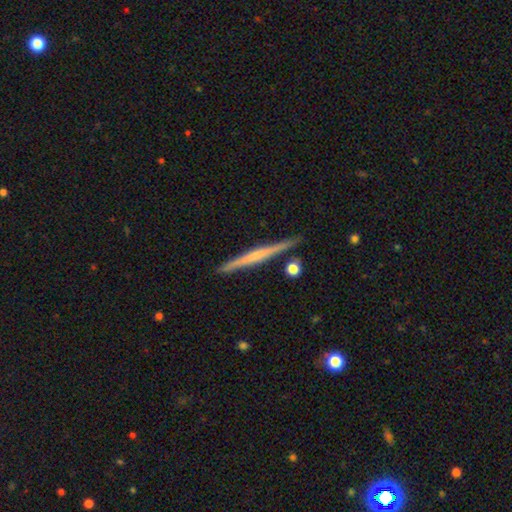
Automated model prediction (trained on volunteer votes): This appears to be a featured or disk galaxy (62%) viewed edge-on (98%) with no central bulge (57%). Merging: none (89%).